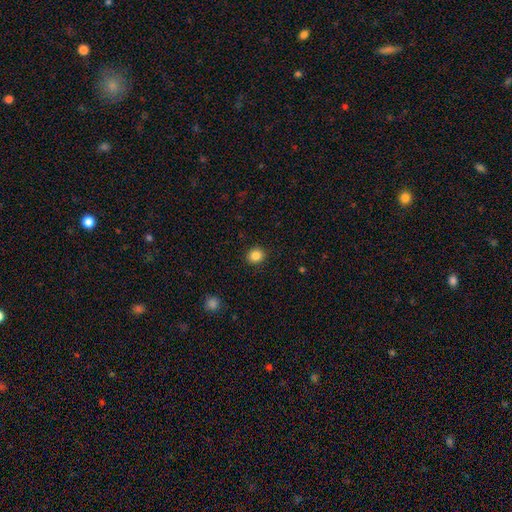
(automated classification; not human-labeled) Q: Smooth or featured?
A: smooth (85%); runner-up: star or artifact (11%)
Q: How rounded?
A: round (75%); runner-up: in between (24%)
Q: Merging?
A: none (90%); runner-up: minor disturbance (7%)